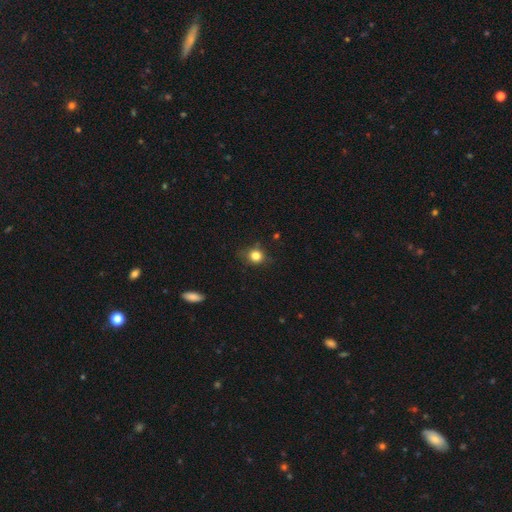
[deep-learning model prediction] The model was most divided on "merging": none: 75%, minor disturbance: 19%, major disturbance: 5%, merger: 2%. More confident: smooth or featured — smooth (81%); how rounded — round (79%).